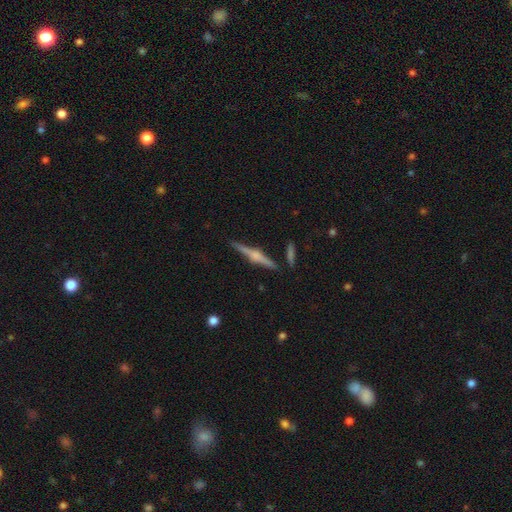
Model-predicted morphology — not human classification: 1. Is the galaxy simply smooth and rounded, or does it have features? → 76% featured or disk, 18% smooth, 6% star or artifact.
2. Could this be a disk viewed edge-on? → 98% yes, 2% no.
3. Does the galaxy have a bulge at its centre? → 81% rounded, 13% boxy, 6% none.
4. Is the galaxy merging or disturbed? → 87% none, 8% minor disturbance, 3% merger, 2% major disturbance.